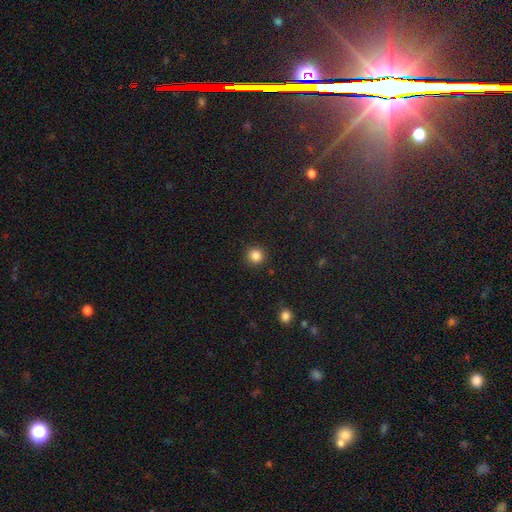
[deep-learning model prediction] Smooth or featured: smooth — 85% (star or artifact — 11%)
How rounded: round — 94% (in between — 5%)
Merging: none — 91% (minor disturbance — 6%)